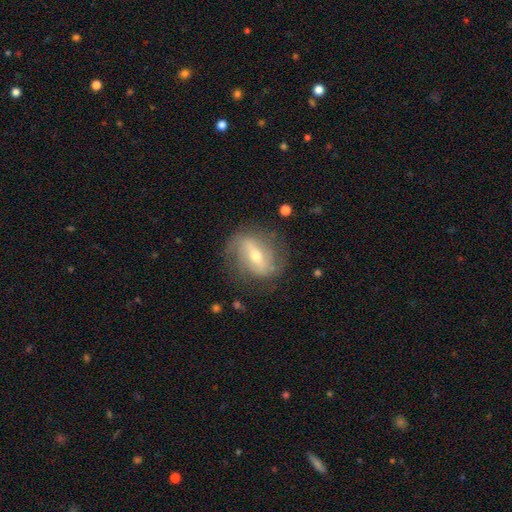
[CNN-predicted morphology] Smooth or featured?
  - featured or disk: 72% *
  - smooth: 20%
  - star or artifact: 7%
Edge-on disk?
  - no: 87% *
  - yes: 13%
Bar?
  - strong: 52% *
  - weak: 33%
  - no: 15%
Spiral arms?
  - yes: 71% *
  - no: 29%
Bulge size?
  - moderate: 58% *
  - small: 36%
  - large: 4%
  - none: 1%
  - dominant: 1%
Merging?
  - none: 72% *
  - minor disturbance: 18%
  - major disturbance: 9%
  - merger: 2%